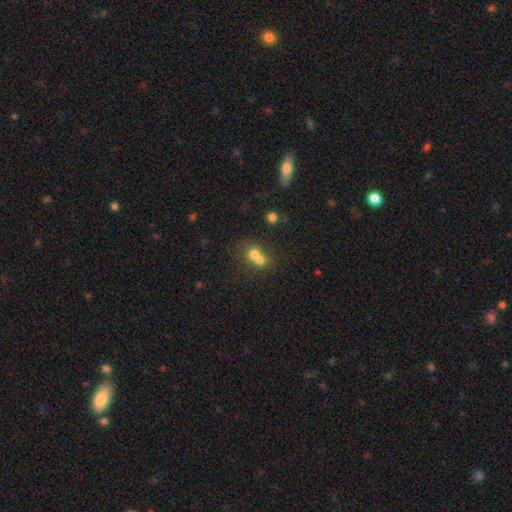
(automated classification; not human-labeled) Smooth or featured? smooth (67%)
How rounded? round (73%)
Merging? merger (66%)